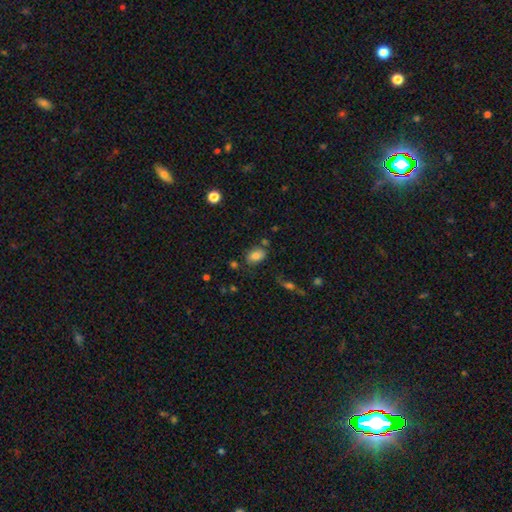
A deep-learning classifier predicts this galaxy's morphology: smooth_or_featured: smooth (p=0.76) [alt: featured or disk p=0.13]
how_rounded: in between (p=0.80) [alt: round p=0.19]
merging: none (p=0.69) [alt: minor disturbance p=0.18]